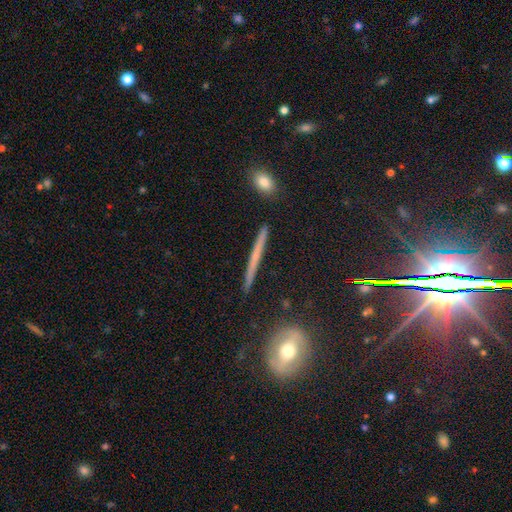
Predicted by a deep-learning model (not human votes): A featured or disk galaxy (55%) viewed edge-on (96%) with no central bulge (75%). Merging: none (90%).